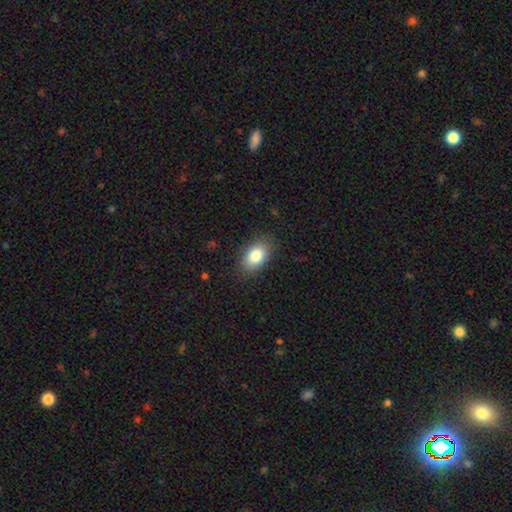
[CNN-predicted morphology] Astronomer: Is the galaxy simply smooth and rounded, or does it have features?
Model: smooth — 83%.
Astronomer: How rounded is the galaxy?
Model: in between — 89%.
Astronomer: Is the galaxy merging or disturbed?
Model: none — 84%.